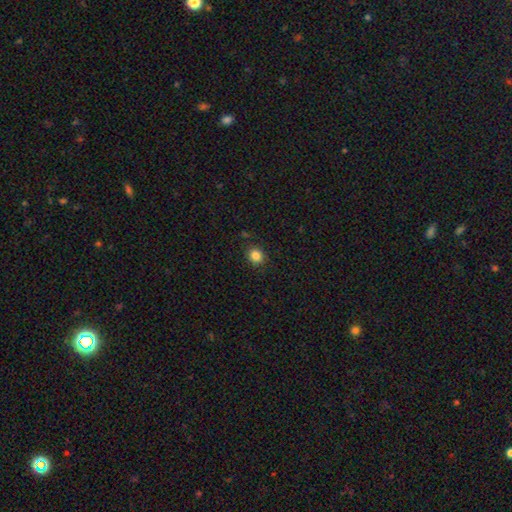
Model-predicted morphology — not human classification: Smooth or featured? smooth (84%)
How rounded? round (72%)
Merging? none (87%)